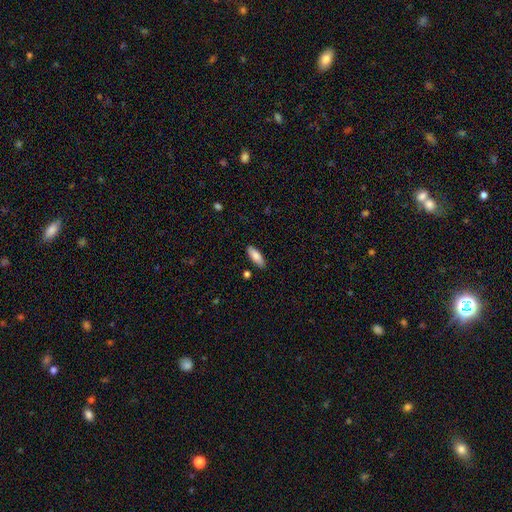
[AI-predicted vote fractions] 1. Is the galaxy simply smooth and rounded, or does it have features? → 83% smooth, 11% featured or disk, 6% star or artifact.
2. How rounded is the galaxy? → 65% in between, 34% cigar-shaped, 2% round.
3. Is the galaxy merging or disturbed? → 88% none, 9% minor disturbance, 2% merger, 2% major disturbance.